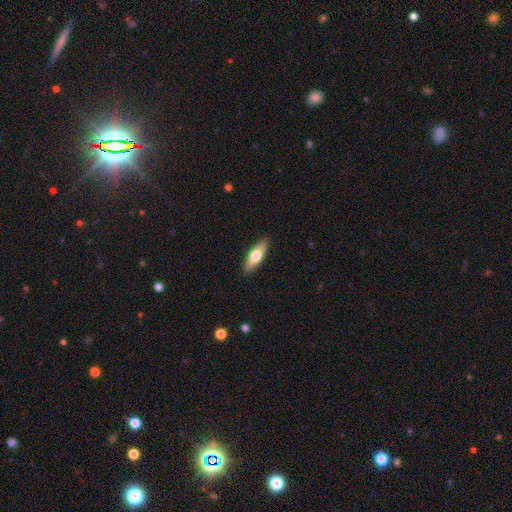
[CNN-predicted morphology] This appears to be a smooth galaxy with no disk features (61%) that is in between round and cigar-shaped (56%). Merging: none (89%).